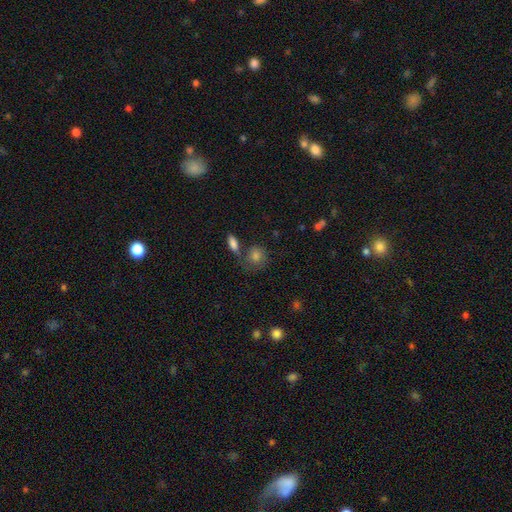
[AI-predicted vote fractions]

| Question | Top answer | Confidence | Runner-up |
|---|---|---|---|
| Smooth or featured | smooth | 72% | featured or disk (17%) |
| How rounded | round | 74% | in between (24%) |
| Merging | none | 56% | merger (19%) |